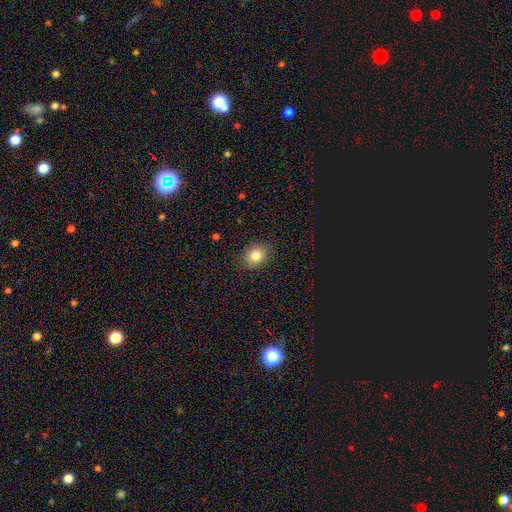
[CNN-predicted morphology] This is clearly a smooth galaxy (83%). How rounded: possibly round (50%). Merging: clearly none (84%).